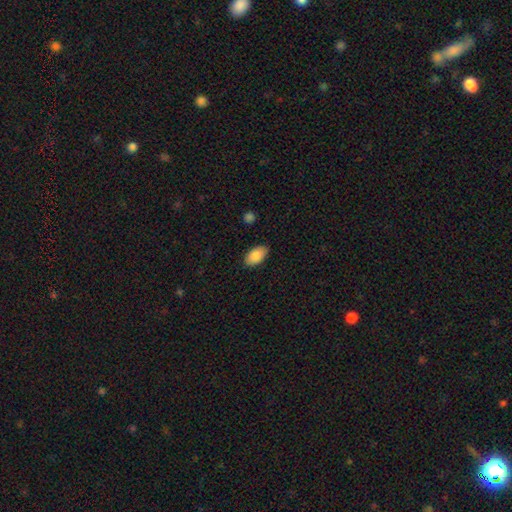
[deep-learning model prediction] smooth_or_featured: smooth (p=0.87) [alt: star or artifact p=0.07]
how_rounded: in between (p=0.94) [alt: round p=0.04]
merging: none (p=0.86) [alt: minor disturbance p=0.11]